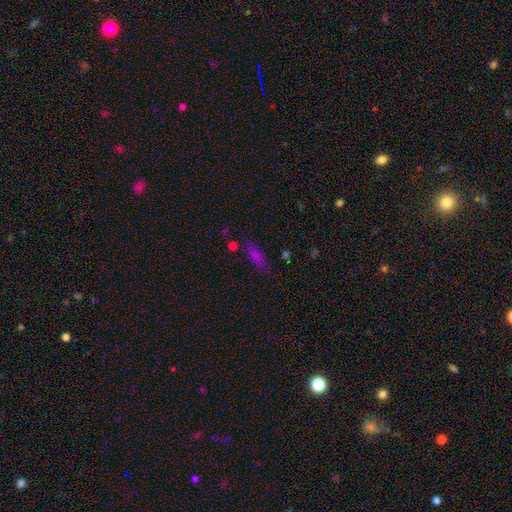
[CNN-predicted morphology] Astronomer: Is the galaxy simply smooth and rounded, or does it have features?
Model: smooth — 75%.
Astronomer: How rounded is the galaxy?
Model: in between — 60% (runner-up: cigar-shaped, 37%).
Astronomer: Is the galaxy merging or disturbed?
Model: none — 75%.